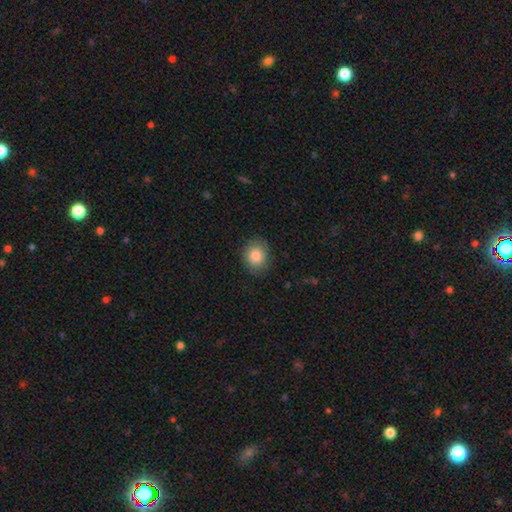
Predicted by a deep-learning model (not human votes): Smooth or featured? Predicted: smooth (p=0.84). How rounded? Predicted: round (p=0.58). Merging? Predicted: none (p=0.82).